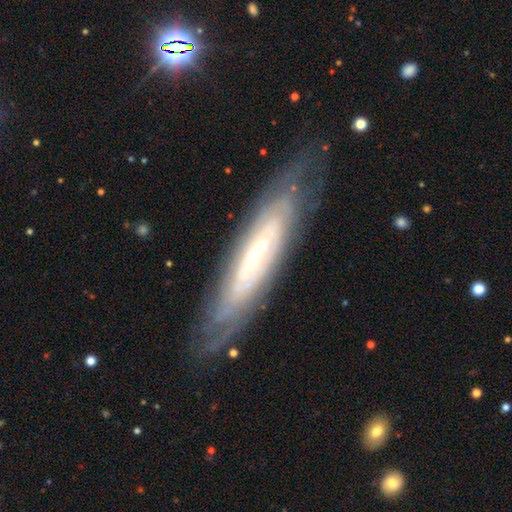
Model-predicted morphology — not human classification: This appears to be a featured or disk galaxy (79%) with no bar (65%), spiral arms (84%) and a small central bulge (76%). Merging: none (79%).